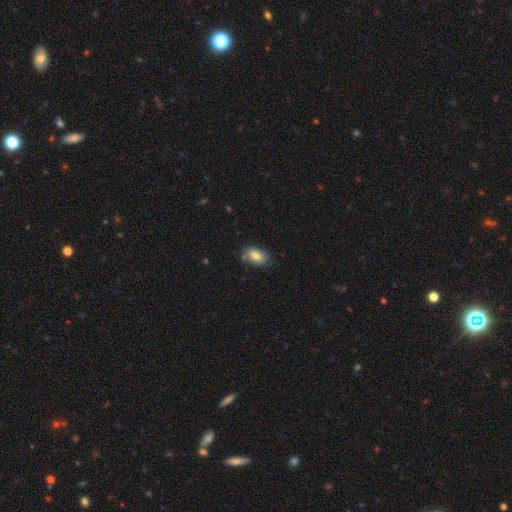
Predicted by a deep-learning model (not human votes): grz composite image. It shows a smooth galaxy with no disk features (78%) that is in between round and cigar-shaped (90%). Merging: none (70%).